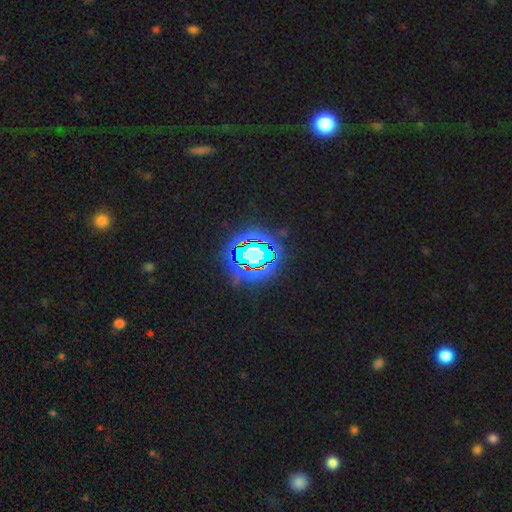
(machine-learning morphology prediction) Smooth or featured? star or artifact (70%)